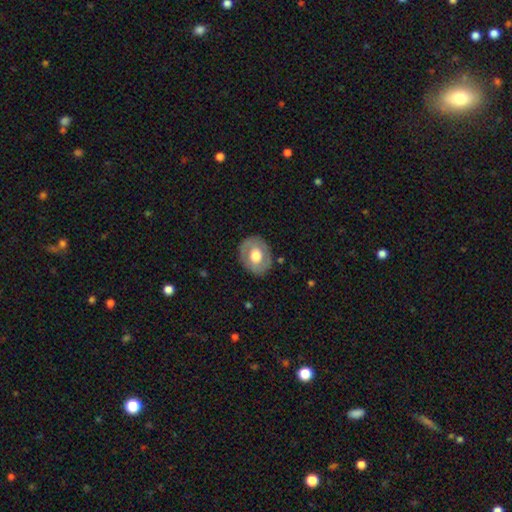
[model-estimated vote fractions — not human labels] Smooth or featured? smooth (50%)
Merging? none (82%)